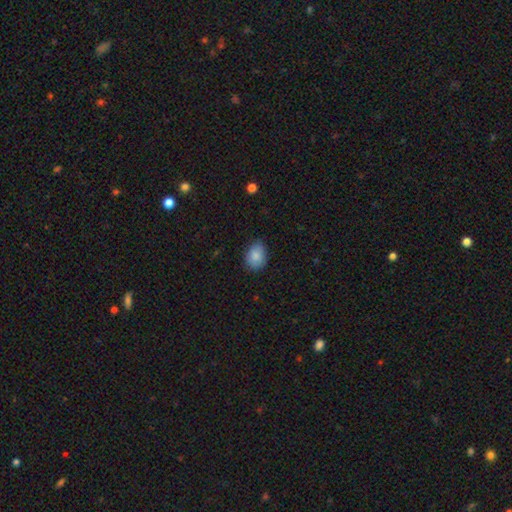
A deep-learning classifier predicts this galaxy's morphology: smooth_or_featured: smooth (p=0.87) [alt: star or artifact p=0.07]
how_rounded: in between (p=0.69) [alt: round p=0.30]
merging: none (p=0.77) [alt: minor disturbance p=0.19]